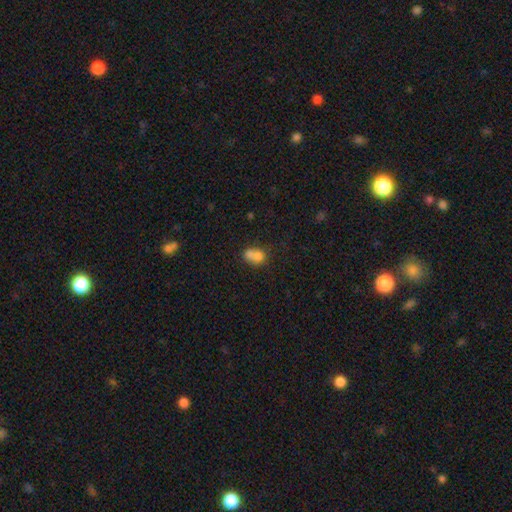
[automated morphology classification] This is likely a smooth galaxy (72%). How rounded: possibly round (56%). Merging: likely merger (64%).